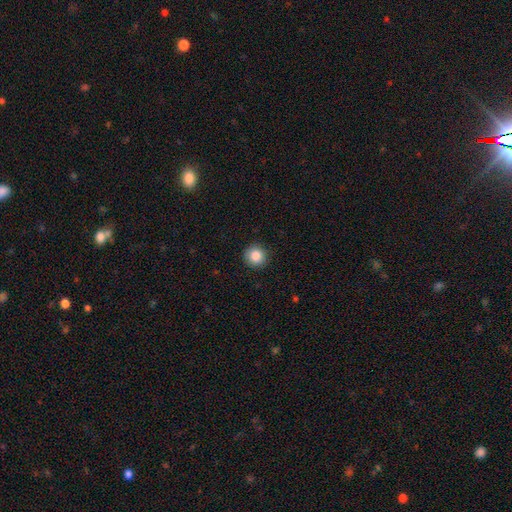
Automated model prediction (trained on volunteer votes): smooth-or-featured: smooth: 85% | star or artifact: 9% | featured or disk: 5%
  how-rounded: round: 94% | in between: 5% | cigar-shaped: 1%
  merging: none: 91% | minor disturbance: 6% | major disturbance: 2% | merger: 1%